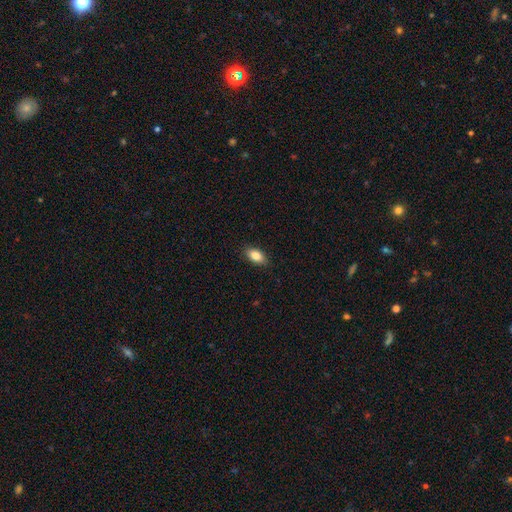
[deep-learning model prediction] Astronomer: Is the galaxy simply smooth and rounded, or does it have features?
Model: smooth — 85%.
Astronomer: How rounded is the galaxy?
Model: in between — 90%.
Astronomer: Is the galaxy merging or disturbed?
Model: none — 88%.